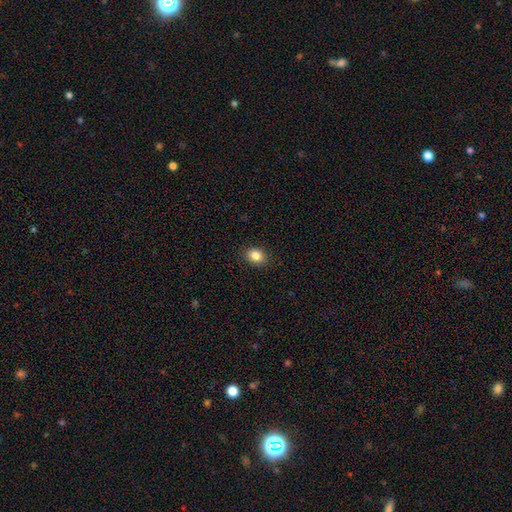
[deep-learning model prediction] This is clearly a smooth galaxy (85%). How rounded: possibly in between (59%). Merging: clearly none (89%).